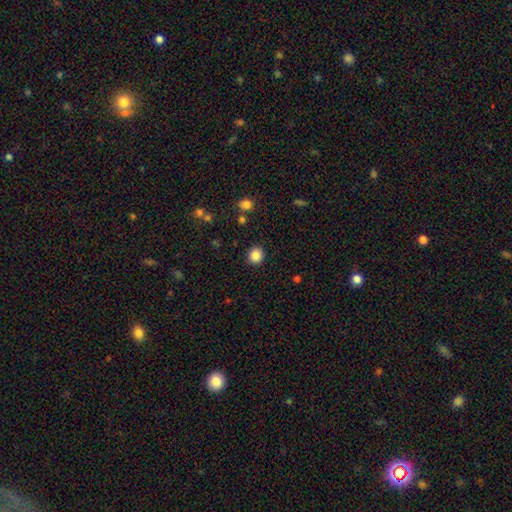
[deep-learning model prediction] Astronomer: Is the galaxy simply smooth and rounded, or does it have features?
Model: smooth — 86%.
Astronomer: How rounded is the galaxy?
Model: round — 84%.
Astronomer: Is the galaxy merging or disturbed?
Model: none — 90%.